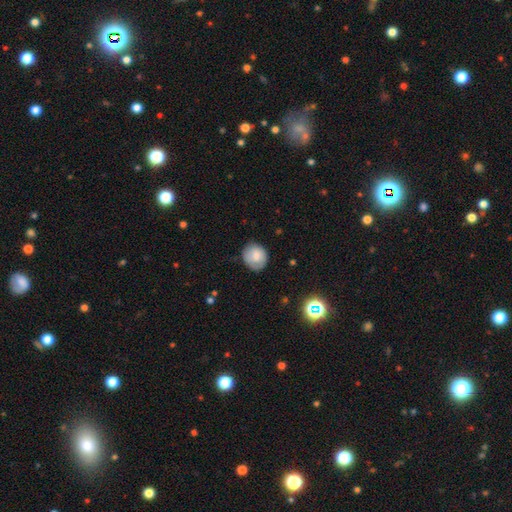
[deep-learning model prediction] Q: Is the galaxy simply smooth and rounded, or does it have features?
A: smooth — 76%.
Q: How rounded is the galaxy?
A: round — 75%.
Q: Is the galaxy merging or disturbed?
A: none — 75%.